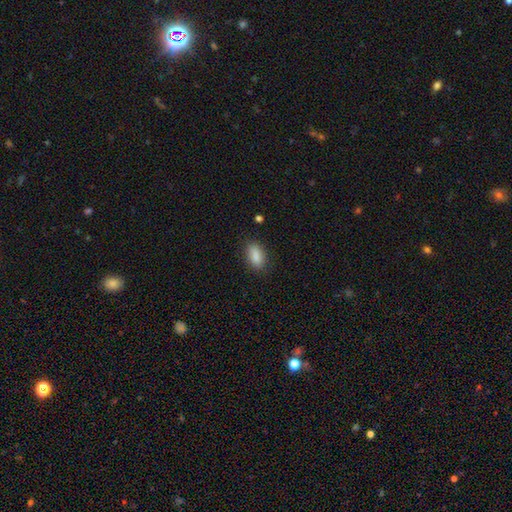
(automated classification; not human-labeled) A smooth galaxy with no disk features (88%) that is in between round and cigar-shaped (88%).

Vote fractions:
- Smooth or featured? smooth: 88% / star or artifact: 8% / featured or disk: 5%
- How rounded? in between: 88% / cigar-shaped: 7% / round: 5%
- Merging? none: 83% / minor disturbance: 13% / major disturbance: 3% / merger: 1%